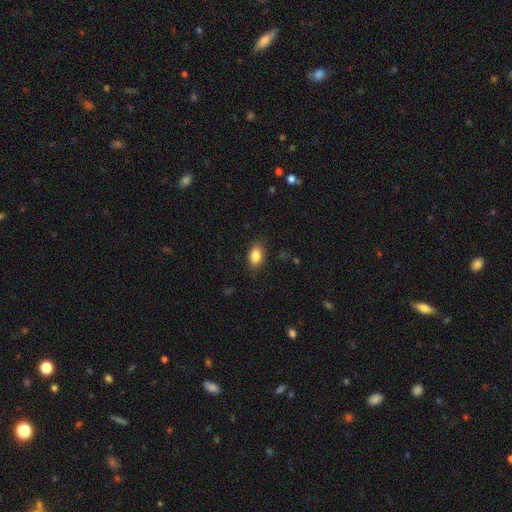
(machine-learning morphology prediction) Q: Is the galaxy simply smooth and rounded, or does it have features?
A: smooth — 84%.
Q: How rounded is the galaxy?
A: in between — 86%.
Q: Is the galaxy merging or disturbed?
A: none — 83%.